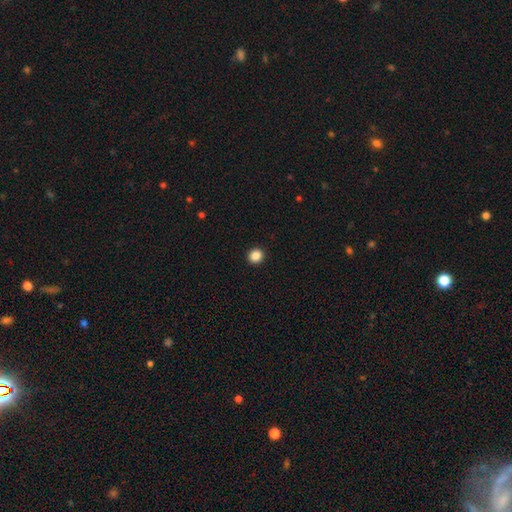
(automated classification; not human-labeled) A smooth galaxy with no disk features (86%) that is round (92%).

Vote fractions:
- Smooth or featured? smooth: 86% / star or artifact: 11% / featured or disk: 3%
- How rounded? round: 92% / in between: 7% / cigar-shaped: 1%
- Merging? none: 94% / minor disturbance: 4% / major disturbance: 1% / merger: 1%